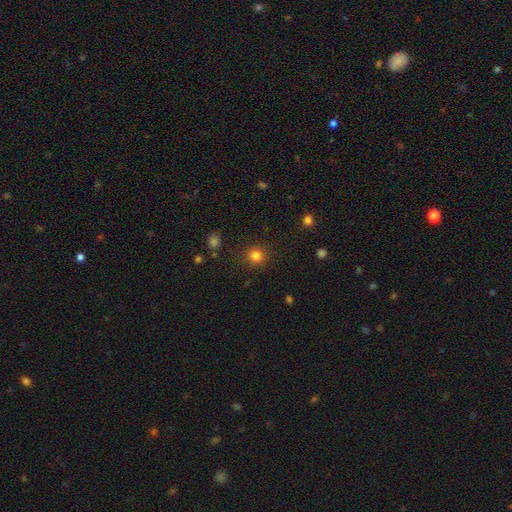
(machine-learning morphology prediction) A smooth galaxy with no disk features (82%) that is round (91%).

Vote fractions:
- Smooth or featured? smooth: 82% / star or artifact: 13% / featured or disk: 5%
- How rounded? round: 91% / in between: 8% / cigar-shaped: 1%
- Merging? none: 89% / minor disturbance: 7% / major disturbance: 3% / merger: 2%